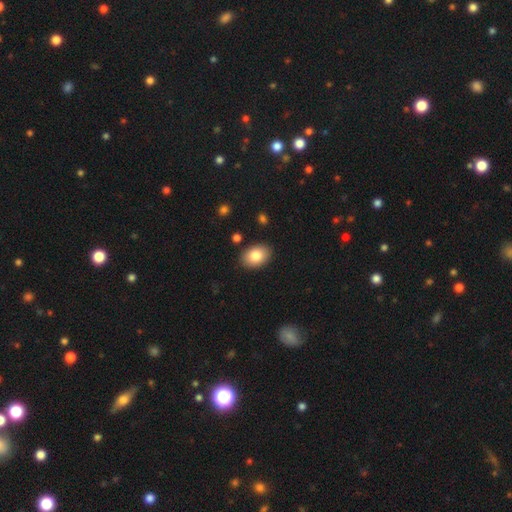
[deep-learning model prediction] Smooth or featured: smooth — 84% (featured or disk — 9%)
How rounded: in between — 83% (round — 16%)
Merging: none — 88% (minor disturbance — 9%)